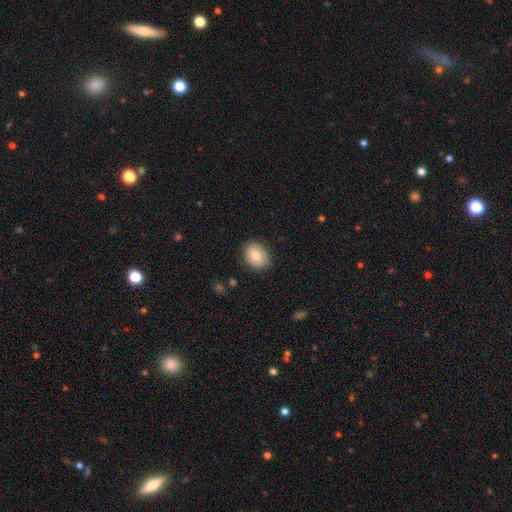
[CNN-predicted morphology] The model was most divided on "how rounded": in between: 56%, round: 43%, cigar-shaped: 1%. More confident: merging — none (86%); smooth or featured — smooth (79%).